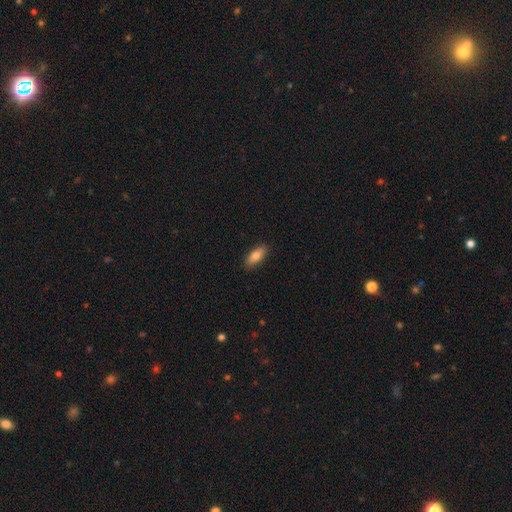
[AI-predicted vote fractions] A smooth galaxy with no disk features (78%) that is in between round and cigar-shaped (77%). Merging: none (89%).